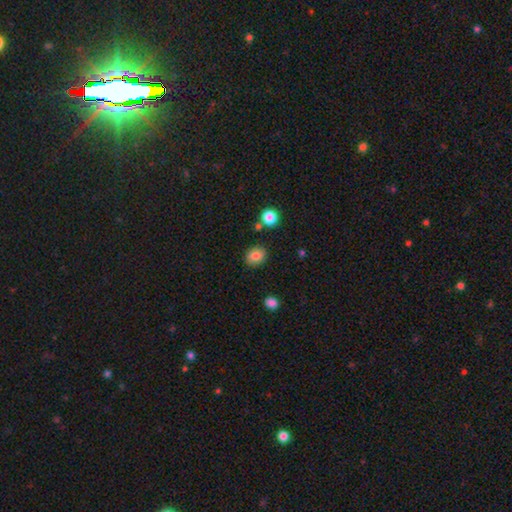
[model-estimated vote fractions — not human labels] smooth_or_featured: smooth (p=0.83) [alt: star or artifact p=0.10]
how_rounded: round (p=0.52) [alt: in between p=0.47]
merging: none (p=0.84) [alt: minor disturbance p=0.10]